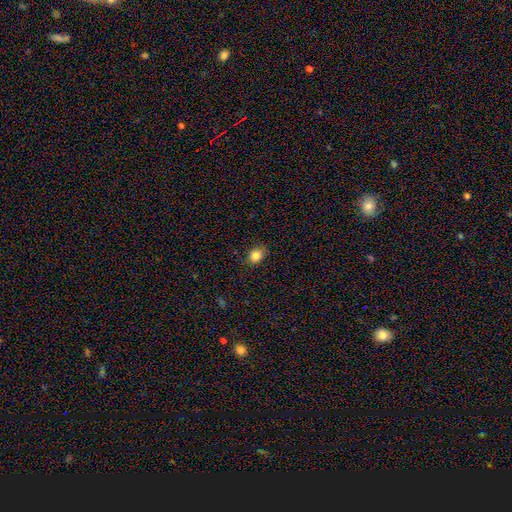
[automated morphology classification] Overall: smooth (84%). How rounded: round (50%; in between 49%). Merging: none (82%).